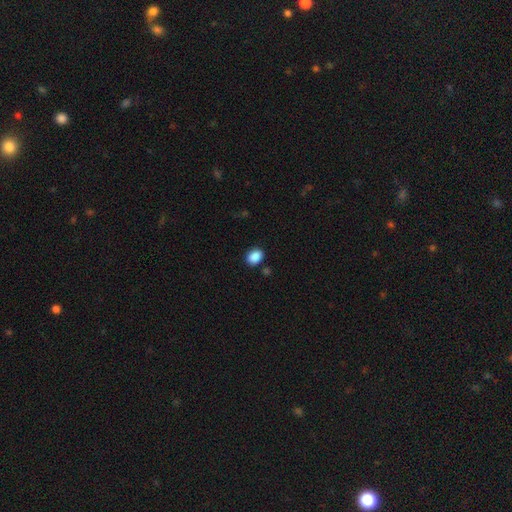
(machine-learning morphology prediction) Smooth or featured? smooth (89%)
How rounded? in between (67%)
Merging? none (82%)